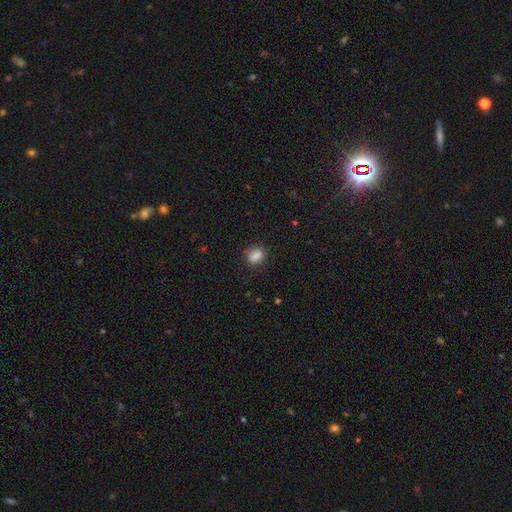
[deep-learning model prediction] smooth_or_featured: smooth (p=0.86) [alt: star or artifact p=0.10]
how_rounded: in between (p=0.66) [alt: round p=0.32]
merging: none (p=0.80) [alt: minor disturbance p=0.15]